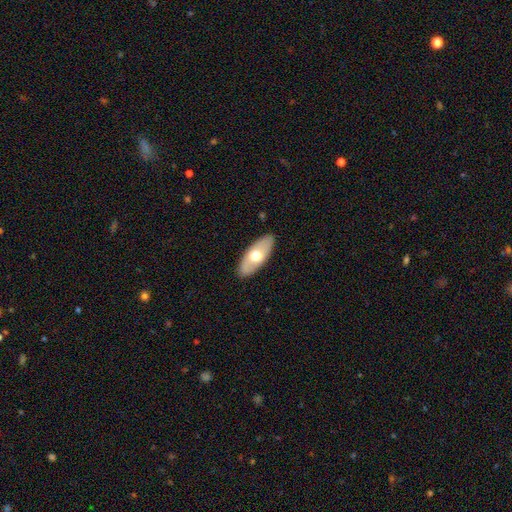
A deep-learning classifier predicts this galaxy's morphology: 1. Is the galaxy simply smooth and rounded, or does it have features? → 57% smooth, 38% featured or disk, 5% star or artifact.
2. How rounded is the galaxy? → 86% in between, 12% cigar-shaped, 3% round.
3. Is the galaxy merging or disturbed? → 88% none, 9% minor disturbance, 2% major disturbance, 1% merger.